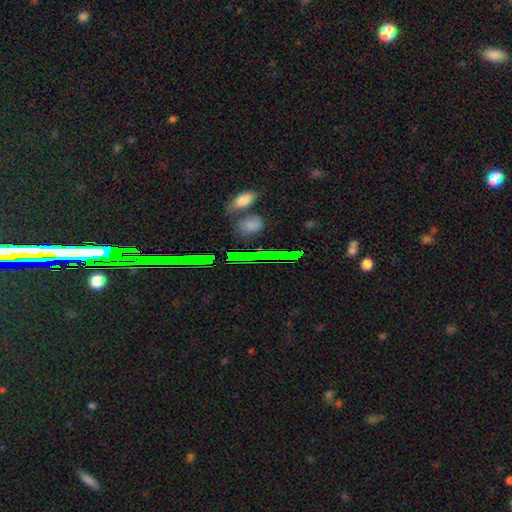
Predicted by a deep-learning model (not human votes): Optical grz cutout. It shows a star or artifact, not a galaxy (67%).